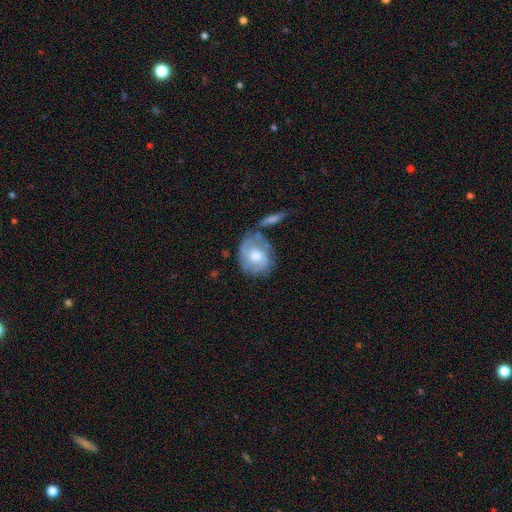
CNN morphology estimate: The model was most divided on "smooth or featured": featured or disk: 48%, smooth: 45%, star or artifact: 7%. Remaining: merging — none (48%).